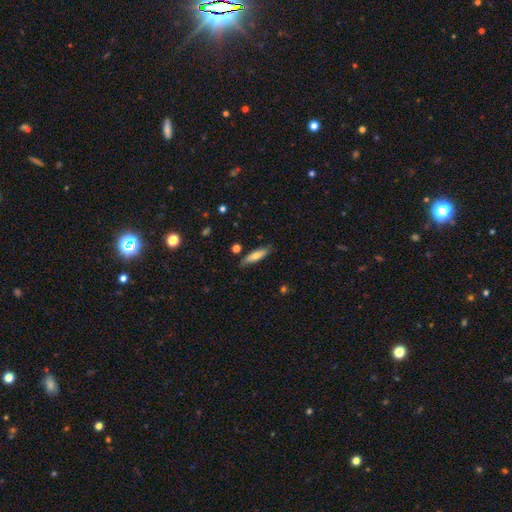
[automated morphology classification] Q: Smooth or featured?
A: smooth (66%); runner-up: featured or disk (28%)
Q: How rounded?
A: cigar-shaped (67%); runner-up: in between (31%)
Q: Merging?
A: none (80%); runner-up: minor disturbance (15%)